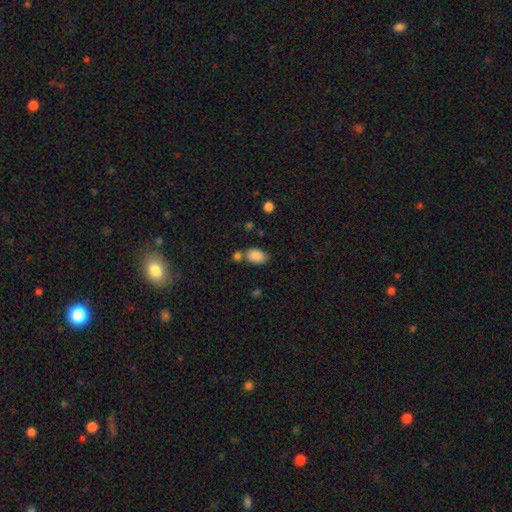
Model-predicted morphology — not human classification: This appears to be a smooth galaxy with no disk features (88%) that is in between round and cigar-shaped (88%). Merging: none (58%).